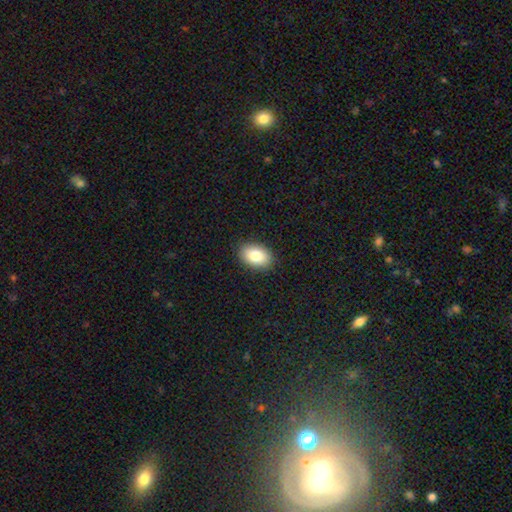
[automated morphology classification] The model was most divided on "how rounded": in between: 85%, round: 14%, cigar-shaped: 1%. More confident: merging — none (90%); smooth or featured — smooth (83%).